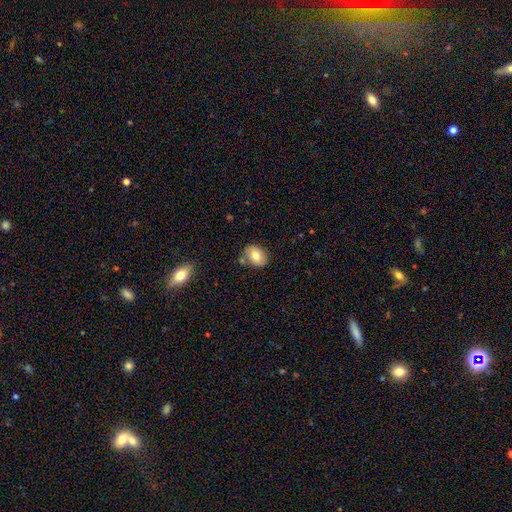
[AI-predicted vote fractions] Morphology: type=smooth (78%); roundness=in between (62%); merging=none (74%).